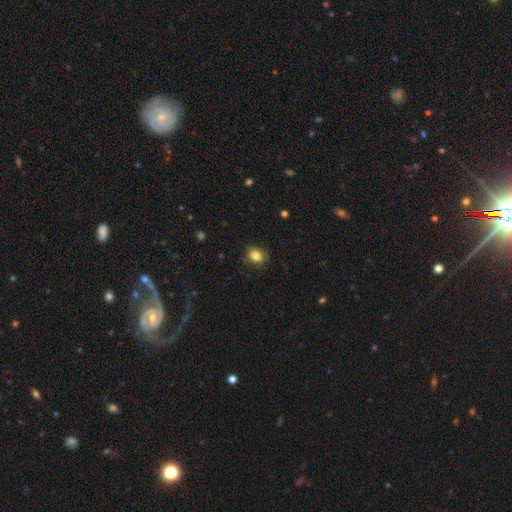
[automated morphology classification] smooth_or_featured: smooth (p=0.84) [alt: star or artifact p=0.10]
how_rounded: round (p=0.58) [alt: in between p=0.41]
merging: none (p=0.84) [alt: minor disturbance p=0.13]